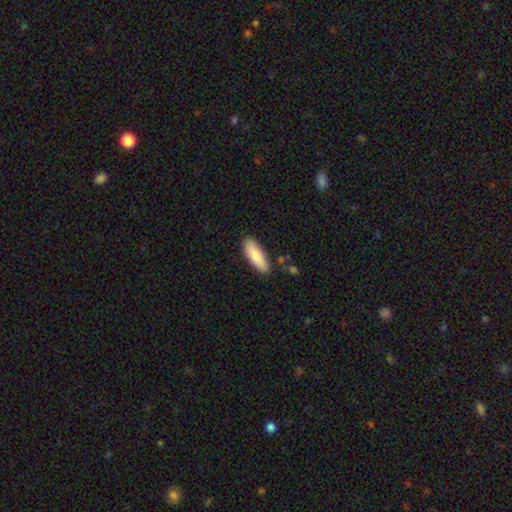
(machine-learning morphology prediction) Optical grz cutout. It shows a smooth galaxy with no disk features (82%) that is in between round and cigar-shaped (57%). Merging: none (85%).